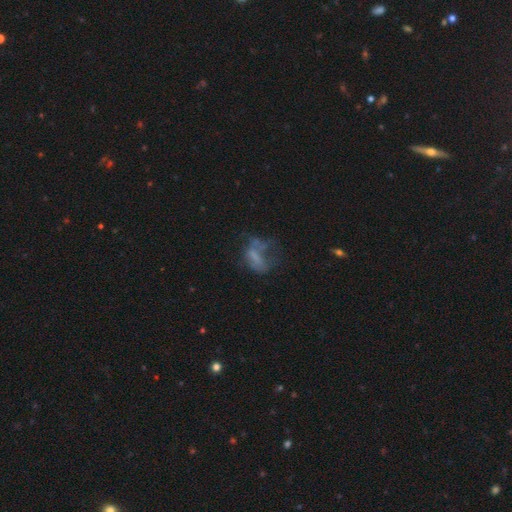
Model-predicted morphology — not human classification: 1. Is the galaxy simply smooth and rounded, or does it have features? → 43% smooth, 38% featured or disk, 19% star or artifact.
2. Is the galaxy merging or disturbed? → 43% major disturbance, 29% none, 19% minor disturbance, 9% merger.